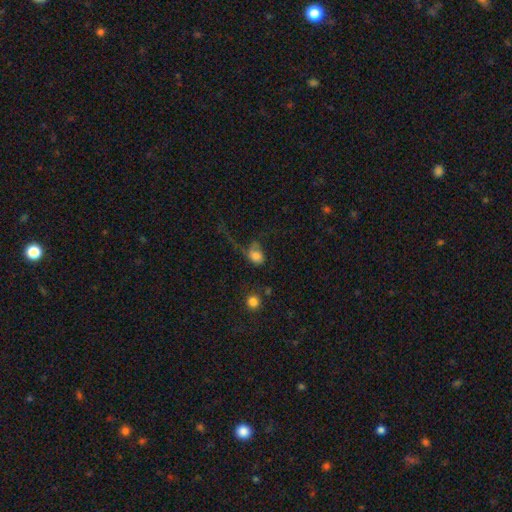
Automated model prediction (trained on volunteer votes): Smooth or featured? Predicted: smooth (p=0.67). How rounded? Predicted: in between (p=0.65). Merging? Predicted: major disturbance (p=0.51).